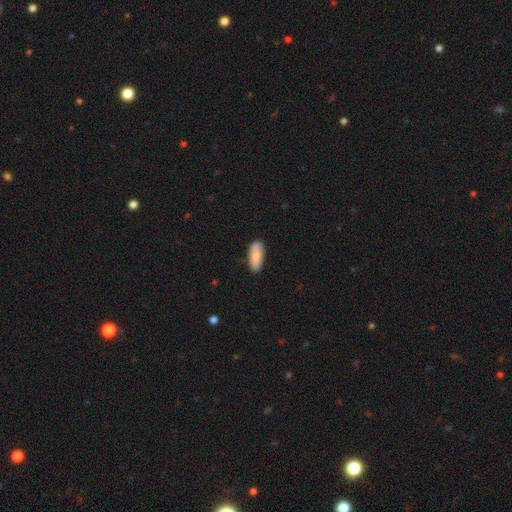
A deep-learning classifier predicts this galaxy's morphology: Smooth or featured?
  - smooth: 80% *
  - featured or disk: 14%
  - star or artifact: 6%
How rounded?
  - in between: 81% *
  - cigar-shaped: 17%
  - round: 2%
Merging?
  - none: 79% *
  - minor disturbance: 16%
  - major disturbance: 3%
  - merger: 2%